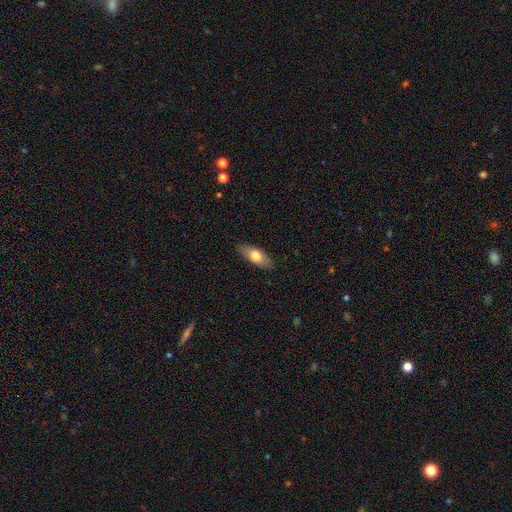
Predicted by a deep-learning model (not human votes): A smooth galaxy with no disk features (72%) that is in between round and cigar-shaped (78%).

Vote fractions:
- Smooth or featured? smooth: 72% / featured or disk: 22% / star or artifact: 6%
- How rounded? in between: 78% / cigar-shaped: 19% / round: 3%
- Merging? none: 87% / minor disturbance: 10% / major disturbance: 2% / merger: 1%